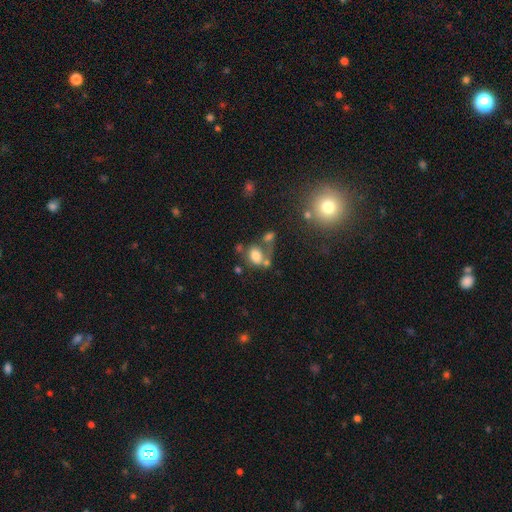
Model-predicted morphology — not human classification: A smooth galaxy with no disk features (67%) that is in between round and cigar-shaped (63%). Merging: merger (36%).